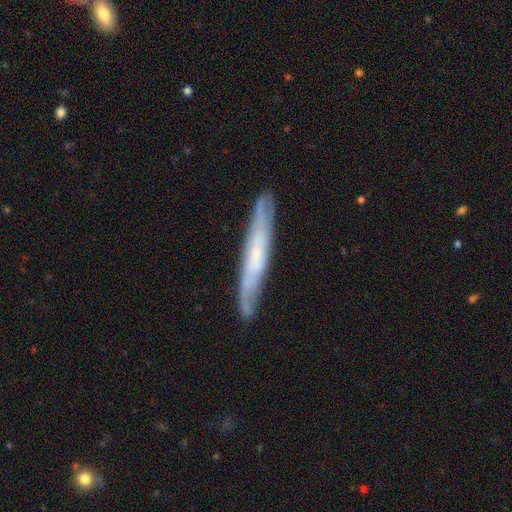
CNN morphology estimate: The model was most divided on "smooth or featured": featured or disk: 65%, smooth: 29%, star or artifact: 6%. More confident: merging — none (85%); edge-on disk — yes (74%).